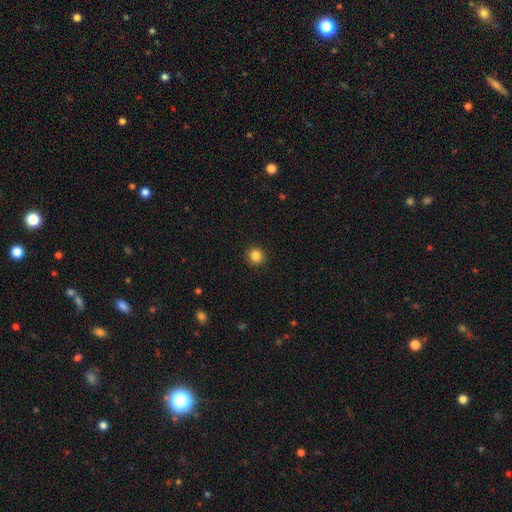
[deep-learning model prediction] Smooth or featured?
  - smooth: 85% *
  - star or artifact: 11%
  - featured or disk: 4%
How rounded?
  - round: 93% *
  - in between: 6%
  - cigar-shaped: 1%
Merging?
  - none: 93% *
  - minor disturbance: 5%
  - major disturbance: 2%
  - merger: 1%